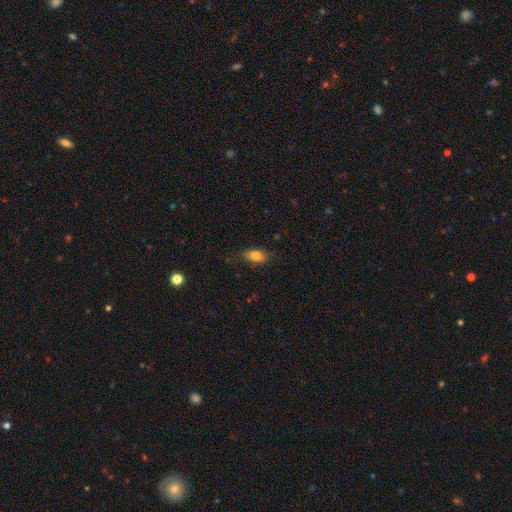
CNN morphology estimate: The model was most divided on "merging": none: 78%, minor disturbance: 17%, major disturbance: 4%, merger: 1%. More confident: how rounded — in between (85%); smooth or featured — smooth (82%).